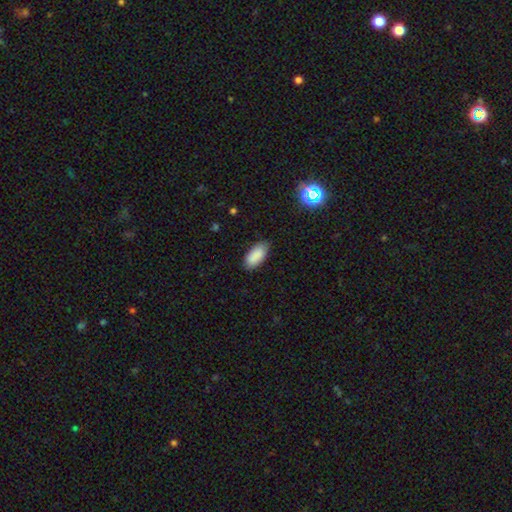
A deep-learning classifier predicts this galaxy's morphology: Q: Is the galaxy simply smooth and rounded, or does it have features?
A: smooth — 89%.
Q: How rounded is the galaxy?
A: in between — 93%.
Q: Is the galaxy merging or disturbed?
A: none — 83%.